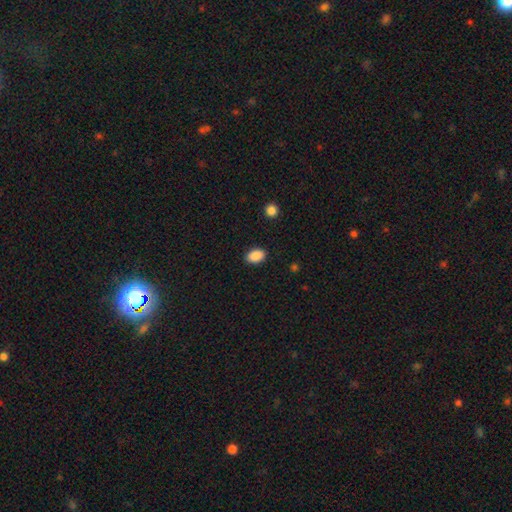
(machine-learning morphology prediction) Smooth or featured: smooth — 90% (star or artifact — 8%)
How rounded: in between — 84% (round — 15%)
Merging: none — 88% (minor disturbance — 8%)